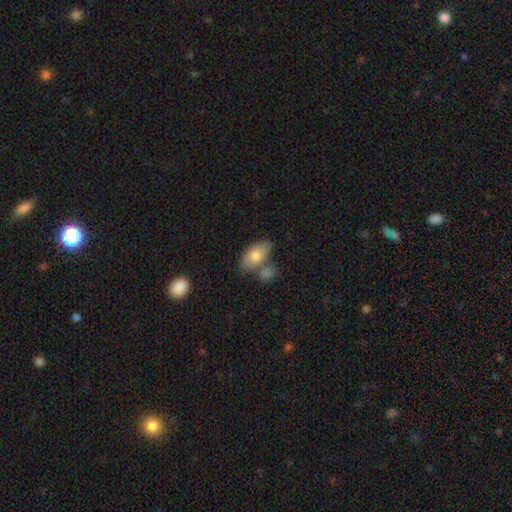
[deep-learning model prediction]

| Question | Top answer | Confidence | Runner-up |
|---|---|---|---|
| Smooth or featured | smooth | 77% | featured or disk (17%) |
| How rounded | in between | 91% | round (5%) |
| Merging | none | 52% | merger (26%) |